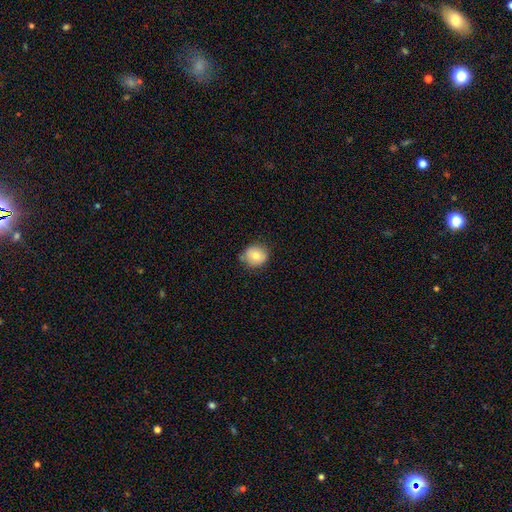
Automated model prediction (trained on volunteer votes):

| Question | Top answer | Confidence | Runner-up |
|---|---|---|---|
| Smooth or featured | smooth | 77% | featured or disk (15%) |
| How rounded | round | 86% | in between (13%) |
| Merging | none | 74% | minor disturbance (20%) |